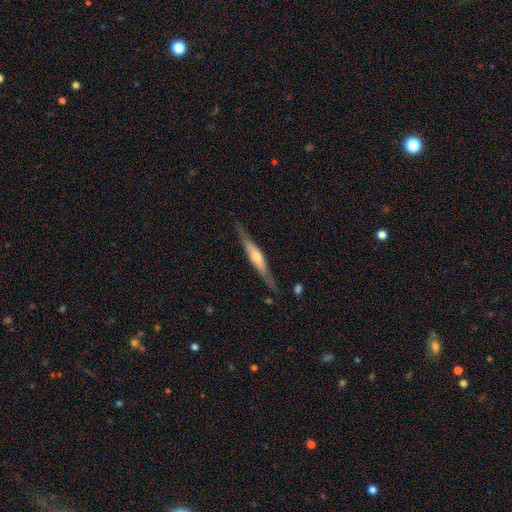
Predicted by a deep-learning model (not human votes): smooth_or_featured: featured or disk (p=0.72) [alt: smooth p=0.22]
disk_edge_on: yes (p=0.95) [alt: no p=0.05]
edge_on_bulge: rounded (p=0.76) [alt: none p=0.13]
merging: none (p=0.85) [alt: minor disturbance p=0.11]